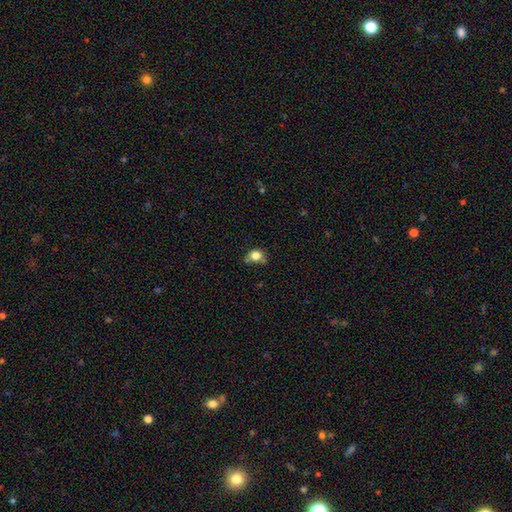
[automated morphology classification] This appears to be a smooth galaxy with no disk features (79%) that is round (53%). Merging: none (41%).